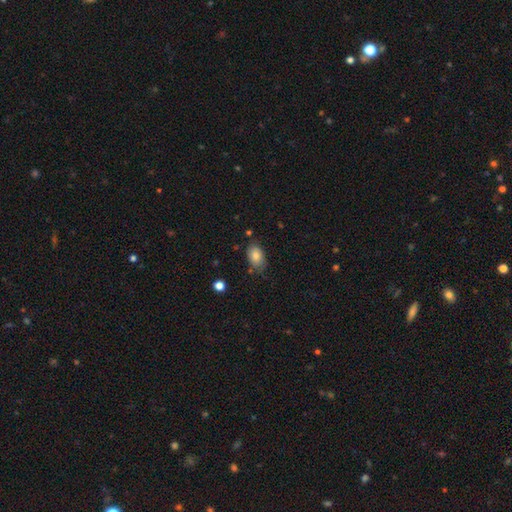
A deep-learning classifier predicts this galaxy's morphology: A smooth galaxy with no disk features (81%) that is in between round and cigar-shaped (88%). Merging: none (71%).